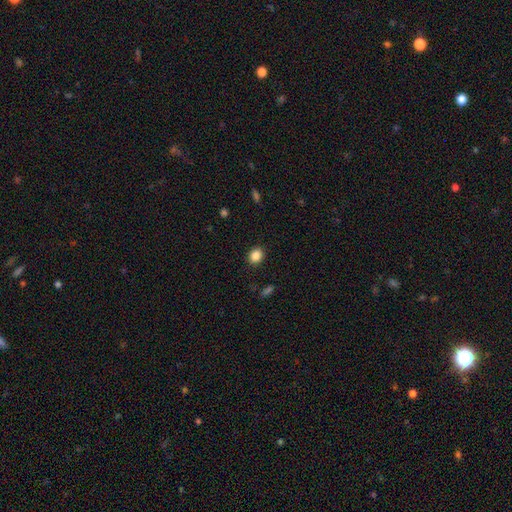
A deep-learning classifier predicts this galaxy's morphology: Overall: smooth (86%). How rounded: round (69%; in between 31%). Merging: none (90%).